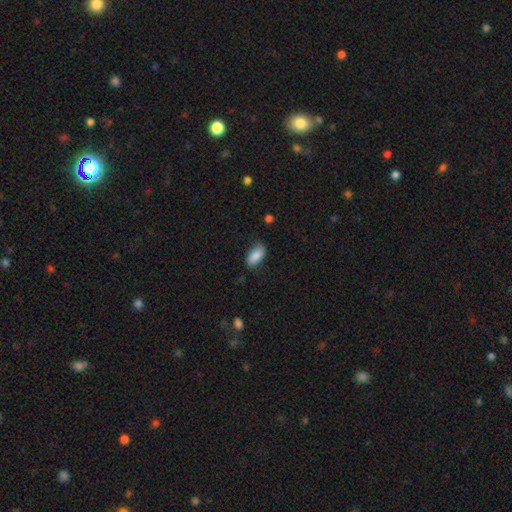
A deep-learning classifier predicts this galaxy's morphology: smooth_or_featured: smooth (p=0.86) [alt: featured or disk p=0.07]
how_rounded: in between (p=0.92) [alt: cigar-shaped p=0.05]
merging: none (p=0.75) [alt: minor disturbance p=0.19]